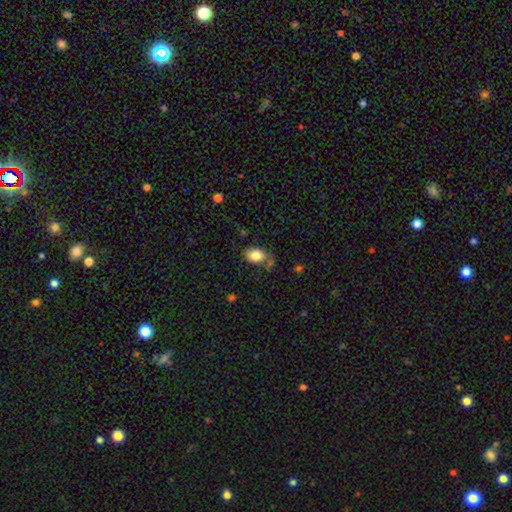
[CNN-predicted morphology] The model was most divided on "merging": none: 62%, minor disturbance: 23%, merger: 8%, major disturbance: 7%. More confident: smooth or featured — smooth (82%); how rounded — in between (81%).